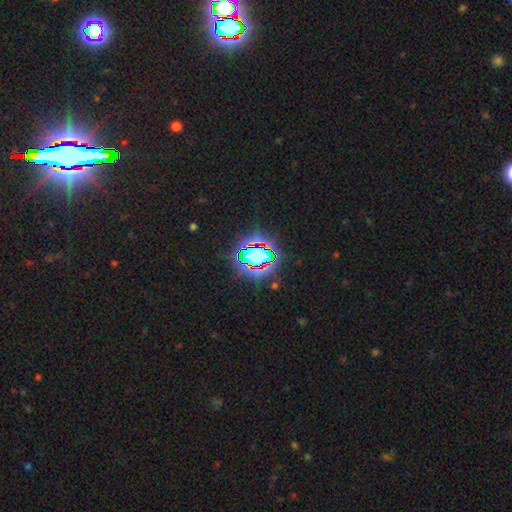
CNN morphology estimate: smooth-or-featured: star or artifact: 66% | smooth: 21% | featured or disk: 13%